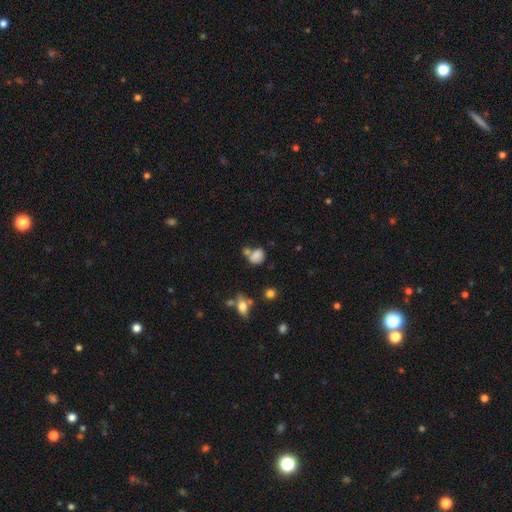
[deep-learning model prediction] Smooth or featured?
  - smooth: 77% *
  - featured or disk: 12%
  - star or artifact: 11%
How rounded?
  - round: 50% *
  - in between: 48%
  - cigar-shaped: 1%
Merging?
  - none: 41% *
  - merger: 33%
  - minor disturbance: 18%
  - major disturbance: 8%